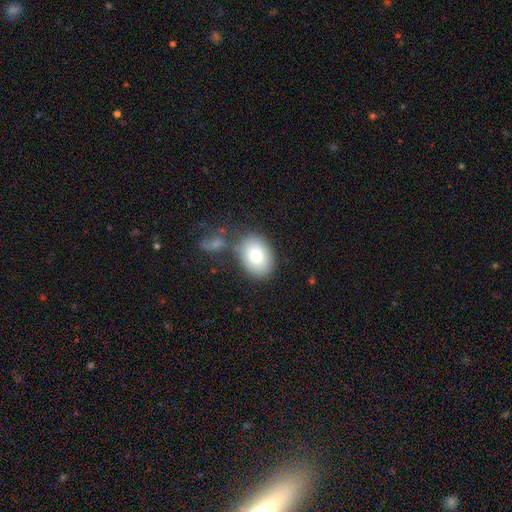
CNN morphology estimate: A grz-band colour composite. It shows a smooth galaxy with no disk features (81%) that is in between round and cigar-shaped (72%). Merging: none (73%).